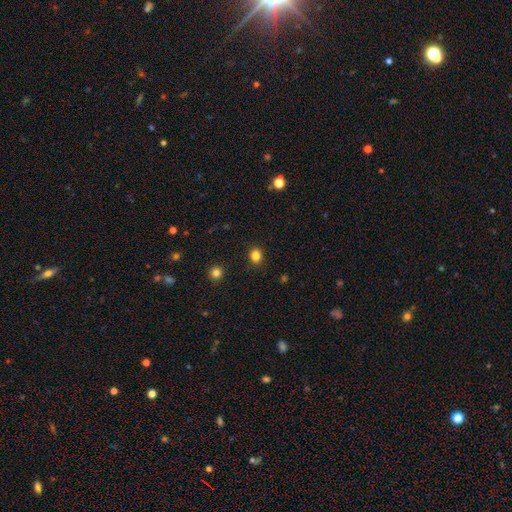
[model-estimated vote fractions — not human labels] Morphology: type=smooth (83%); roundness=round (66%); merging=none (90%).